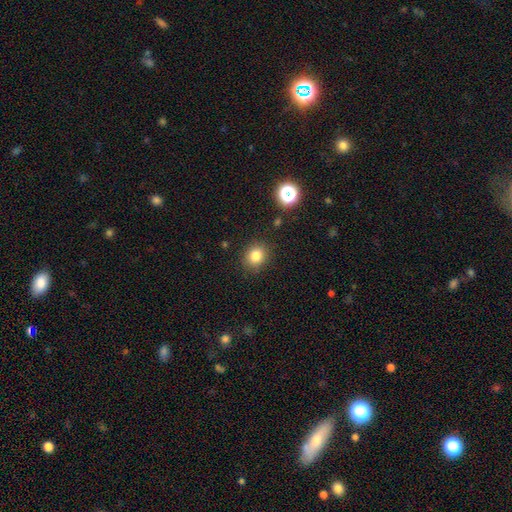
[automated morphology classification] This is clearly a smooth galaxy (82%). How rounded: likely round (71%). Merging: clearly none (87%).